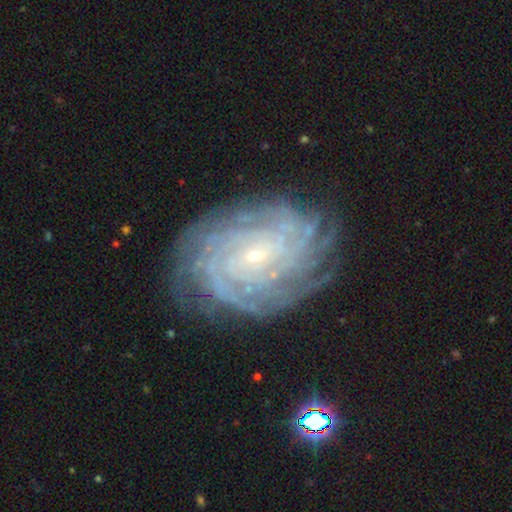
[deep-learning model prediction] smooth_or_featured: featured or disk (p=0.89) [alt: star or artifact p=0.06]
disk_edge_on: no (p=0.97) [alt: yes p=0.03]
bar: no (p=0.58) [alt: weak p=0.31]
has_spiral_arms: yes (p=0.98) [alt: no p=0.02]
spiral_winding: tight (p=0.82) [alt: medium p=0.15]
spiral_arm_count: more than 4 (p=0.33) [alt: can't tell p=0.23]
bulge_size: small (p=0.87) [alt: moderate p=0.10]
merging: none (p=0.80) [alt: minor disturbance p=0.14]